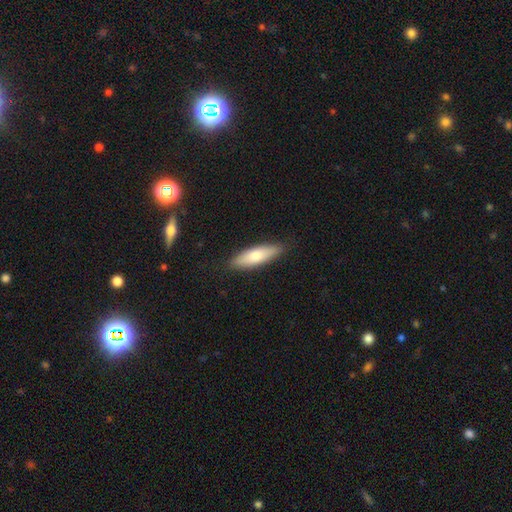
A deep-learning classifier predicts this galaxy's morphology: A smooth galaxy with no disk features (69%) that is cigar-shaped (56%). Merging: none (87%).